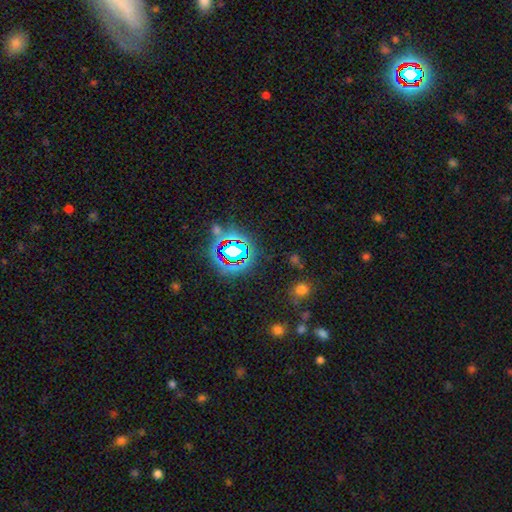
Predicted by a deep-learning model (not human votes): Smooth or featured?
  - star or artifact: 70% *
  - smooth: 18%
  - featured or disk: 12%